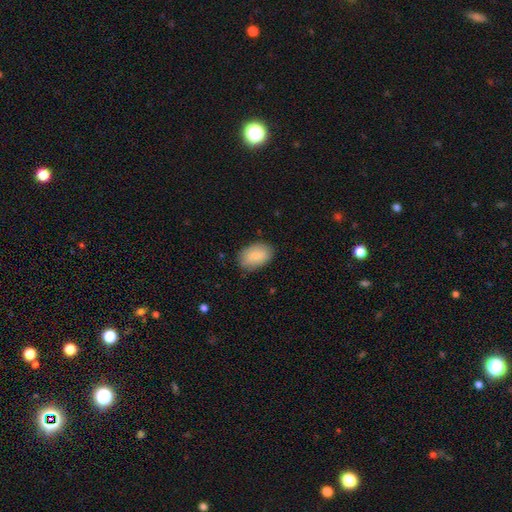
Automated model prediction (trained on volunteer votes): This appears to be a smooth galaxy with no disk features (84%) that is in between round and cigar-shaped (89%). Merging: none (83%).